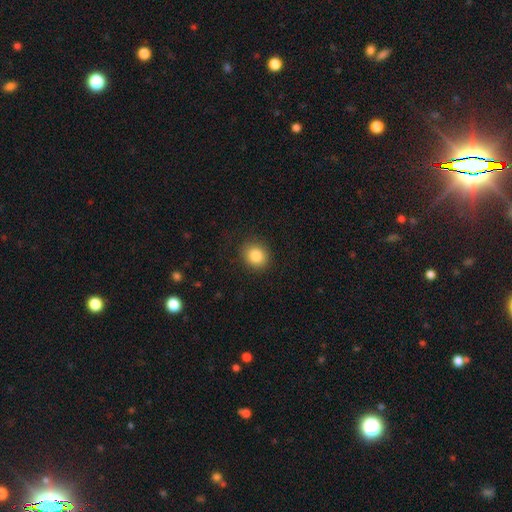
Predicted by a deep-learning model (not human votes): Morphology: type=smooth (85%); roundness=round (76%); merging=none (89%).